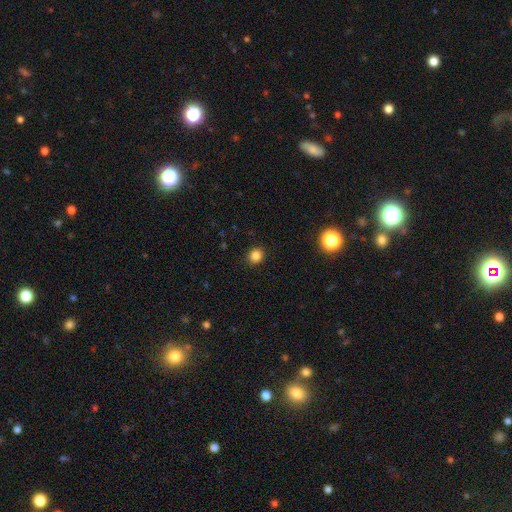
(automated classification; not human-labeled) Smooth or featured?
  - smooth: 84% *
  - star or artifact: 12%
  - featured or disk: 4%
How rounded?
  - round: 76% *
  - in between: 23%
  - cigar-shaped: 1%
Merging?
  - none: 90% *
  - minor disturbance: 7%
  - major disturbance: 2%
  - merger: 1%